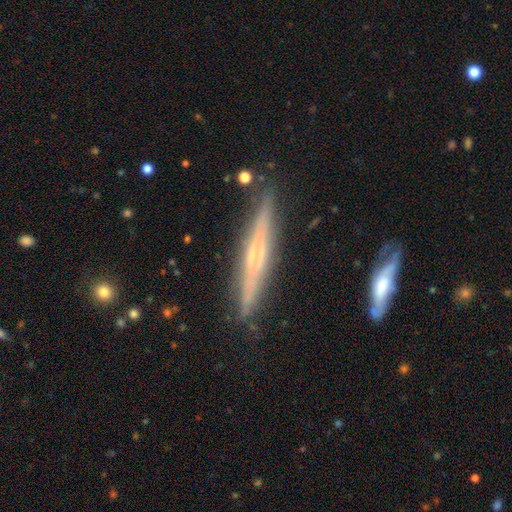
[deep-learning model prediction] Smooth or featured: featured or disk — 67% (smooth — 26%)
Edge-on disk: yes — 95% (no — 5%)
Edge-on bulge: rounded — 52% (none — 39%)
Merging: none — 86% (minor disturbance — 10%)